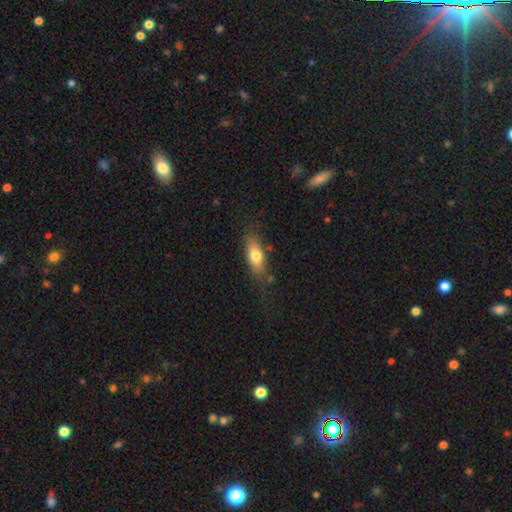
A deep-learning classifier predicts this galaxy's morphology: Smooth or featured? Predicted: smooth (p=0.72). How rounded? Predicted: in between (p=0.69). Merging? Predicted: none (p=0.72).